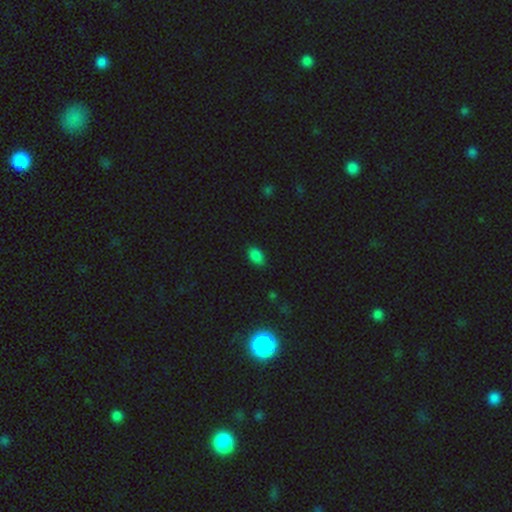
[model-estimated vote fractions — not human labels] A smooth galaxy with no disk features (83%) that is in between round and cigar-shaped (88%). Merging: none (83%).